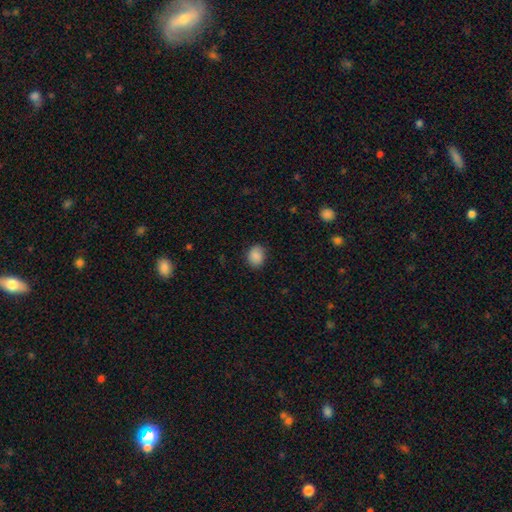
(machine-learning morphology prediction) smooth-or-featured: smooth: 87% | star or artifact: 8% | featured or disk: 5%
  how-rounded: round: 55% | in between: 44% | cigar-shaped: 1%
  merging: none: 83% | minor disturbance: 13% | major disturbance: 3% | merger: 1%